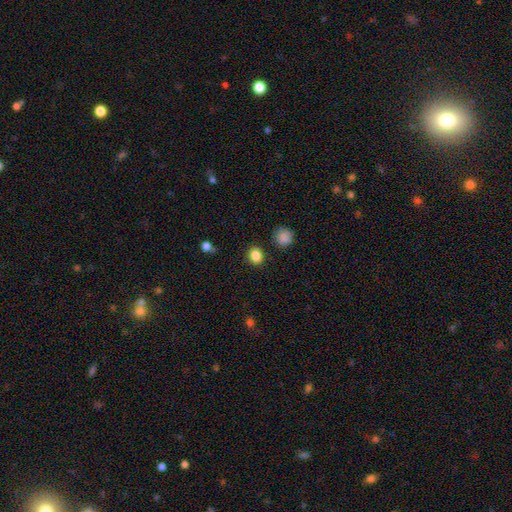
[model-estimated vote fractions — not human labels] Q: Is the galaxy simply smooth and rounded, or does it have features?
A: smooth — 86%.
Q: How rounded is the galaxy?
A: round — 65%.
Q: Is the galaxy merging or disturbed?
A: none — 87%.